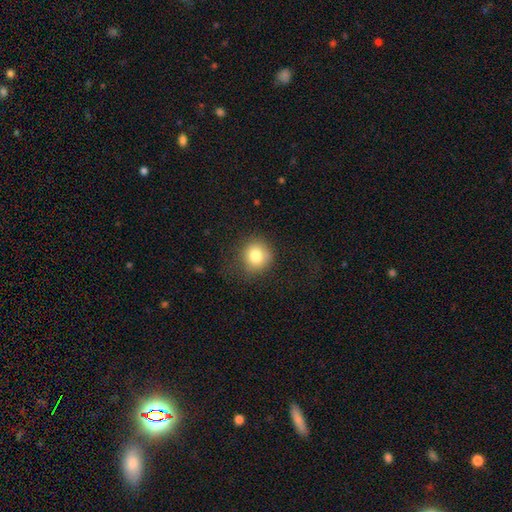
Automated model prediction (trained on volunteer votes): Smooth or featured? Predicted: smooth (p=0.80). How rounded? Predicted: round (p=0.86). Merging? Predicted: none (p=0.76).